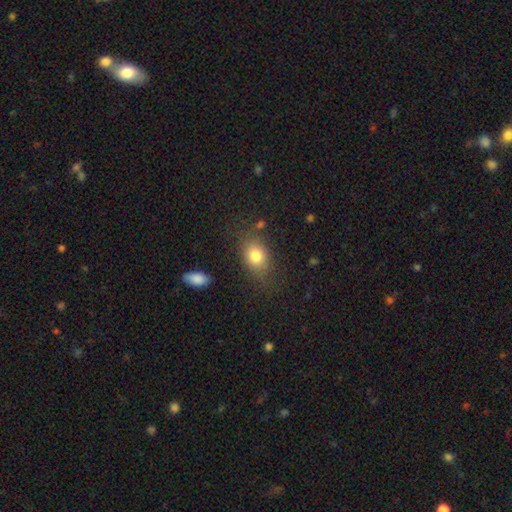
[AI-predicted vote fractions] Morphology: type=smooth (79%); roundness=in between (65%); merging=none (75%).